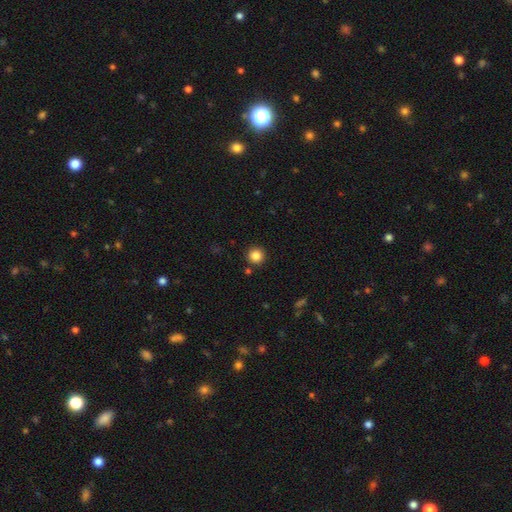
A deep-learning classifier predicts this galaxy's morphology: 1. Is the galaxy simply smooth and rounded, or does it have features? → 85% smooth, 11% star or artifact, 4% featured or disk.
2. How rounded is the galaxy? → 95% round, 4% in between, 1% cigar-shaped.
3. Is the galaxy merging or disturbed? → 90% none, 5% minor disturbance, 3% merger, 2% major disturbance.